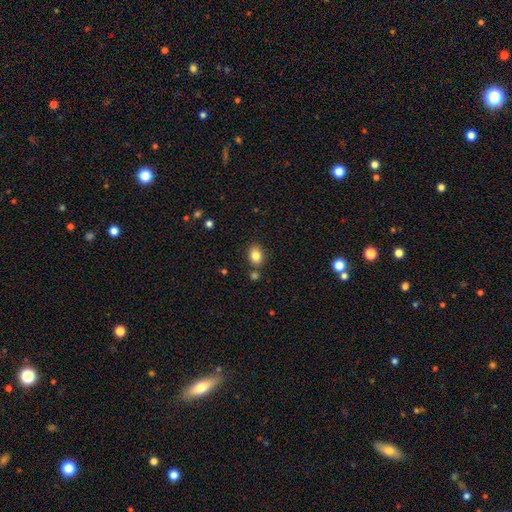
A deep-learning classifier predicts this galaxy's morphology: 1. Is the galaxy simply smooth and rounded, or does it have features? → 83% smooth, 10% star or artifact, 7% featured or disk.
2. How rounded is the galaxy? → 62% in between, 37% round, 1% cigar-shaped.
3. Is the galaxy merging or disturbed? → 79% none, 11% minor disturbance, 8% merger, 3% major disturbance.